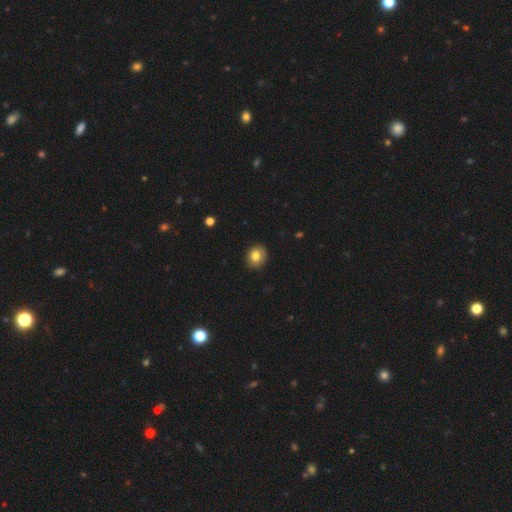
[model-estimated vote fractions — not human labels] Overall: smooth (81%). How rounded: round (72%). Merging: none (87%).